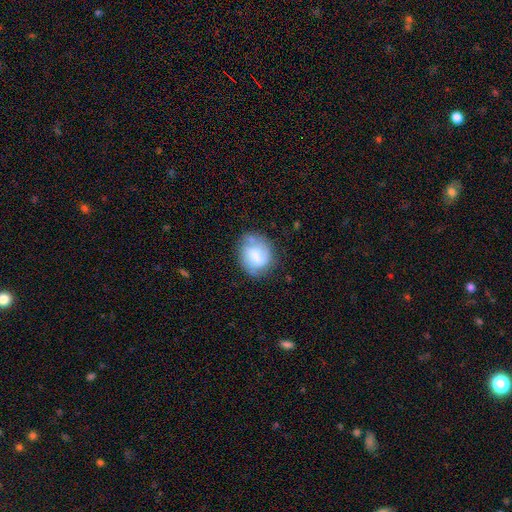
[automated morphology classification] This appears to be a featured or disk galaxy (53%) with a weak bar (52%), spiral arms (76%) and a moderate central bulge (49%). Merging: none (60%).